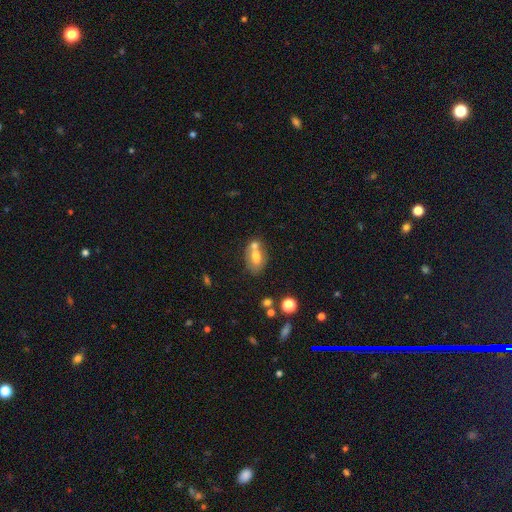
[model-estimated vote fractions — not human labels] Smooth or featured: smooth — 63% (featured or disk — 27%)
How rounded: in between — 83% (round — 12%)
Merging: merger — 39% (tied with none — 39%)